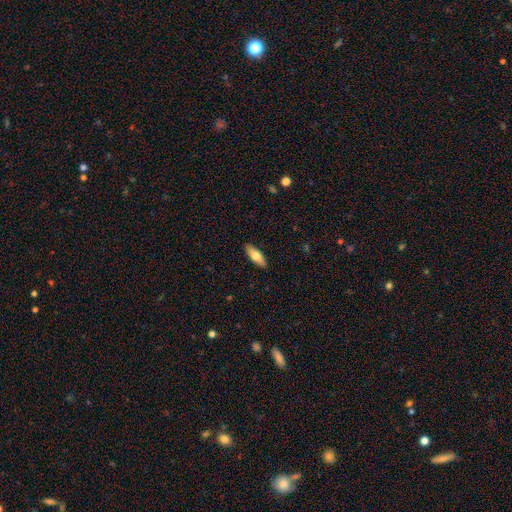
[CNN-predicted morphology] type=smooth (72%); roundness=in between (67%); merging=none (89%).